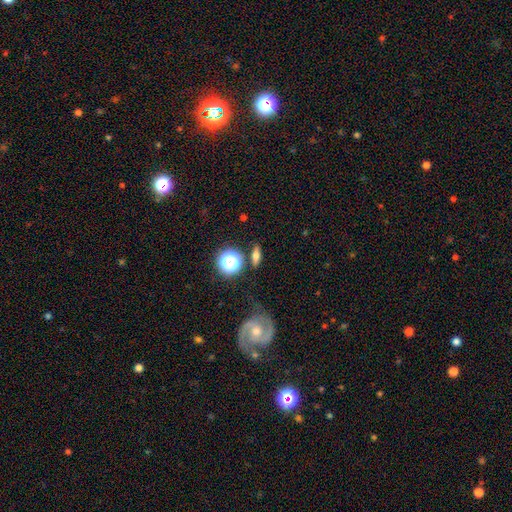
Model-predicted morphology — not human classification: This appears to be a smooth galaxy with no disk features (56%) that is in between round and cigar-shaped (47%). Merging: none (84%).